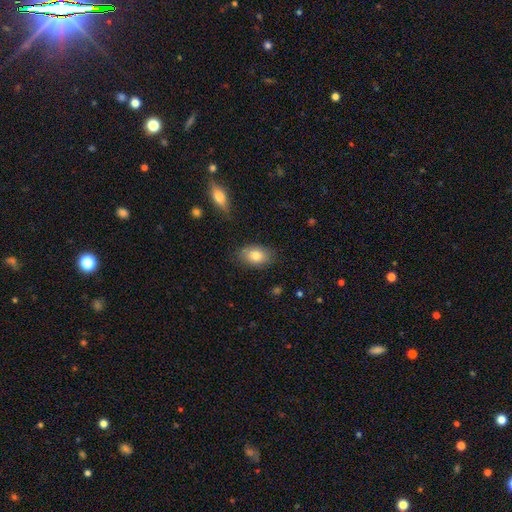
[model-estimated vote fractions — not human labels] A smooth galaxy with no disk features (80%) that is in between round and cigar-shaped (87%).

Vote fractions:
- Smooth or featured? smooth: 80% / featured or disk: 12% / star or artifact: 8%
- How rounded? in between: 87% / round: 11% / cigar-shaped: 2%
- Merging? none: 82% / minor disturbance: 13% / major disturbance: 3% / merger: 2%